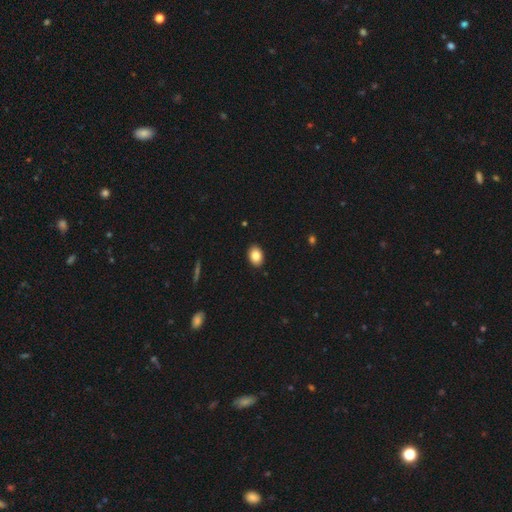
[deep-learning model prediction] Overall: smooth (84%). How rounded: in between (75%). Merging: none (90%).